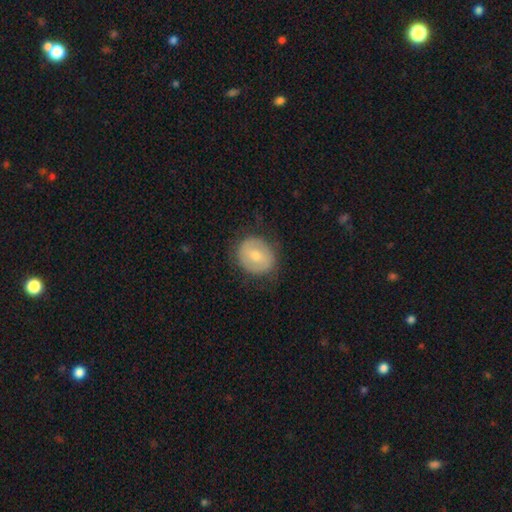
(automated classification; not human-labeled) This appears to be a smooth galaxy with no disk features (61%) that is round (75%). Merging: none (80%).